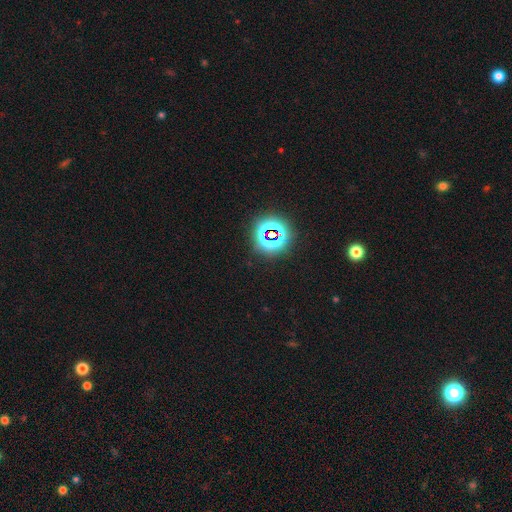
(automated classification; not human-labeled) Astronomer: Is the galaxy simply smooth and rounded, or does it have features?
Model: star or artifact — 81%.